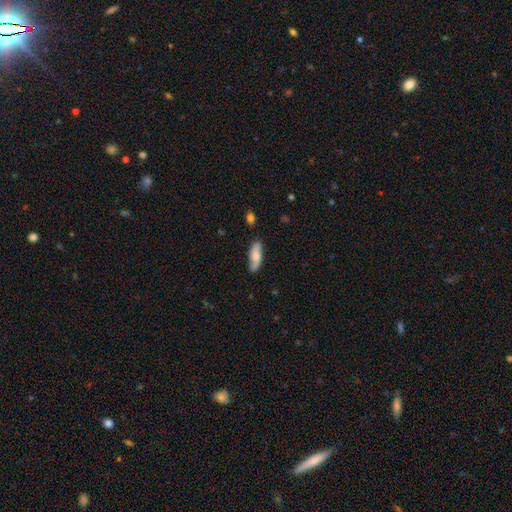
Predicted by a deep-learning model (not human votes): smooth_or_featured: smooth (p=0.57) [alt: featured or disk p=0.37]
how_rounded: in between (p=0.65) [alt: cigar-shaped p=0.32]
merging: none (p=0.80) [alt: minor disturbance p=0.15]